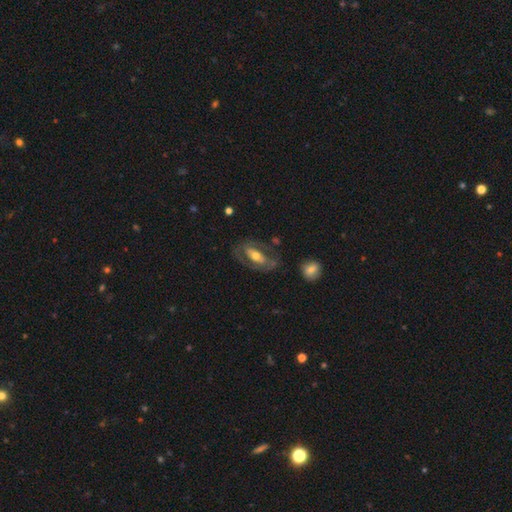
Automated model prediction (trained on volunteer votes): A featured or disk galaxy (59%) with no bar (49%), no spiral arms (61%) and a moderate central bulge (63%).

Vote fractions:
- Smooth or featured? featured or disk: 59% / smooth: 35% / star or artifact: 6%
- Edge-on disk? no: 86% / yes: 14%
- Bar? no: 49% / strong: 27% / weak: 24%
- Spiral arms? no: 61% / yes: 39%
- Bulge size? moderate: 63% / small: 22% / large: 12% / none: 2% / dominant: 2%
- Merging? none: 64% / minor disturbance: 18% / major disturbance: 15% / merger: 3%